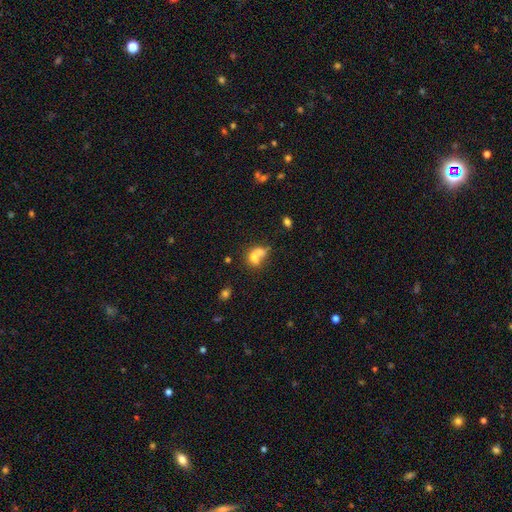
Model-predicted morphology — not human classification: Smooth or featured: smooth — 66% (featured or disk — 22%)
How rounded: in between — 51% (round — 48%)
Merging: merger — 67% (none — 20%)